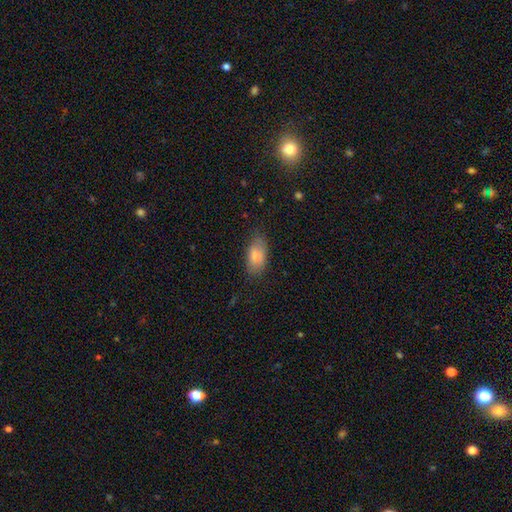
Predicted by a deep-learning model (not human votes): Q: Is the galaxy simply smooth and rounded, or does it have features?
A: smooth — 76%.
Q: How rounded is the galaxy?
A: in between — 90%.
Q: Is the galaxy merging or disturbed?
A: none — 75%.